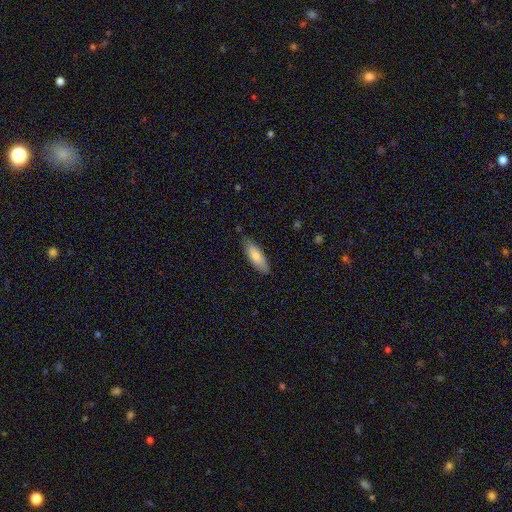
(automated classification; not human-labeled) Morphology: type=smooth (79%); roundness=in between (61%); merging=none (80%).